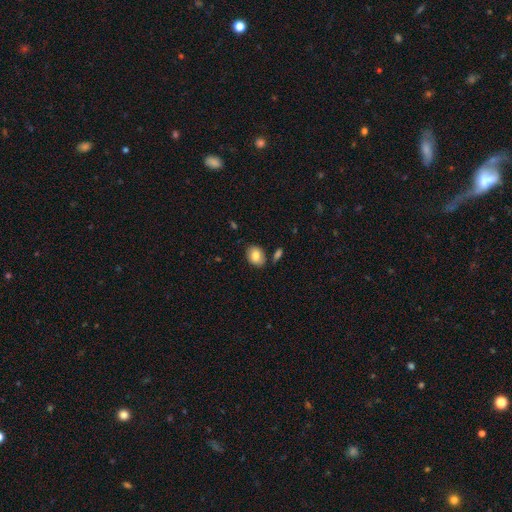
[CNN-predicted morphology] Smooth or featured?
  - smooth: 80% *
  - featured or disk: 12%
  - star or artifact: 8%
How rounded?
  - in between: 72% *
  - round: 26%
  - cigar-shaped: 1%
Merging?
  - none: 77% *
  - minor disturbance: 14%
  - merger: 6%
  - major disturbance: 3%